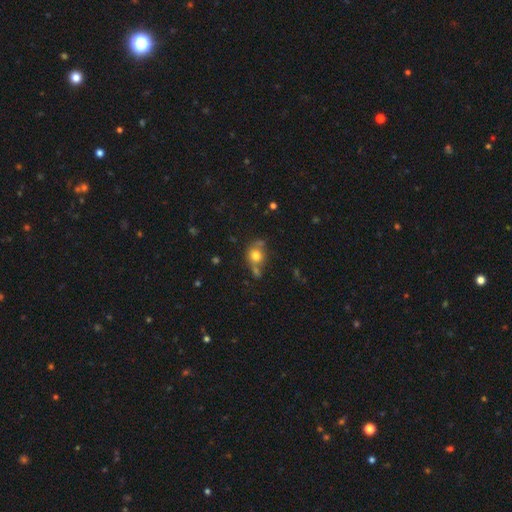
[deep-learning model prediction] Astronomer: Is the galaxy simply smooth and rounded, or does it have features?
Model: smooth — 74%.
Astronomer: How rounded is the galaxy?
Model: round — 70%.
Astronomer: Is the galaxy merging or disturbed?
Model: none — 48%.